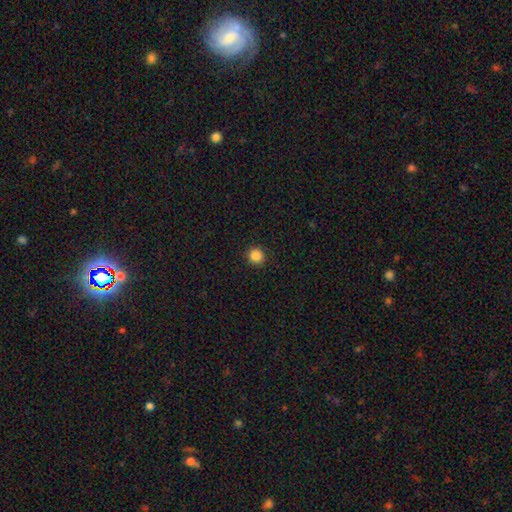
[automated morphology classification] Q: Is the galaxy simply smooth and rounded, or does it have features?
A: smooth — 86%.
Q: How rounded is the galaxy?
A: round — 95%.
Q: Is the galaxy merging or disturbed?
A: none — 93%.